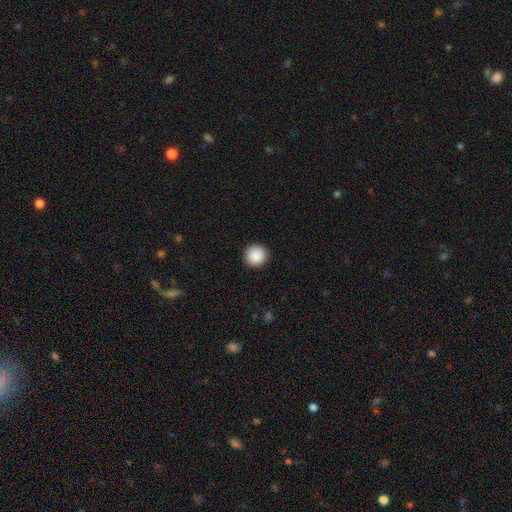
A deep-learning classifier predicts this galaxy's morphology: This is clearly a smooth galaxy (89%). How rounded: clearly round (95%). Merging: clearly none (92%).